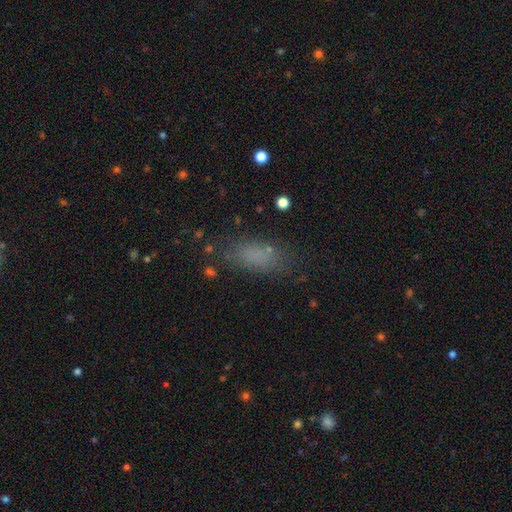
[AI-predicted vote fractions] Smooth or featured?
  - smooth: 76% *
  - star or artifact: 14%
  - featured or disk: 9%
How rounded?
  - in between: 78% *
  - cigar-shaped: 17%
  - round: 5%
Merging?
  - none: 74% *
  - minor disturbance: 16%
  - major disturbance: 8%
  - merger: 3%